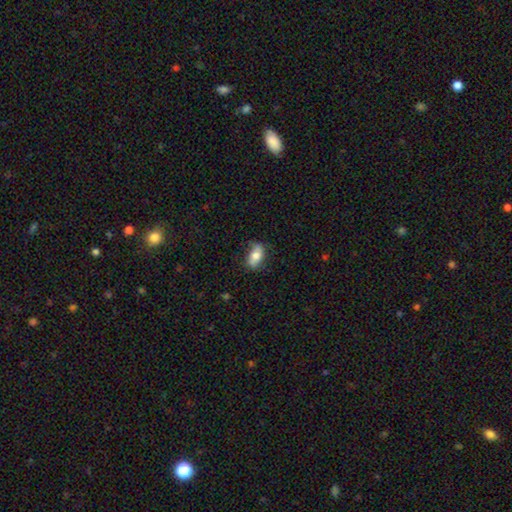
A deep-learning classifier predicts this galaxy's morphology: Smooth or featured?
  - smooth: 64% *
  - featured or disk: 29%
  - star or artifact: 7%
How rounded?
  - in between: 87% *
  - cigar-shaped: 7%
  - round: 6%
Merging?
  - none: 70% *
  - minor disturbance: 22%
  - major disturbance: 6%
  - merger: 2%